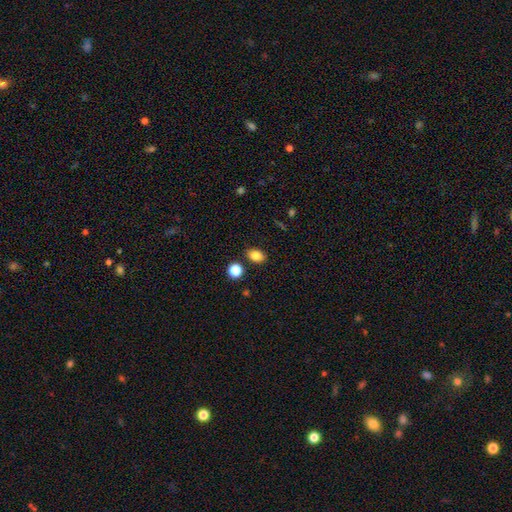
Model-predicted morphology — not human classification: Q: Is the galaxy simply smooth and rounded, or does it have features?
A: smooth — 82%.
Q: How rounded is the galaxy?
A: in between — 73%.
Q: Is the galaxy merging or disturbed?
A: none — 84%.